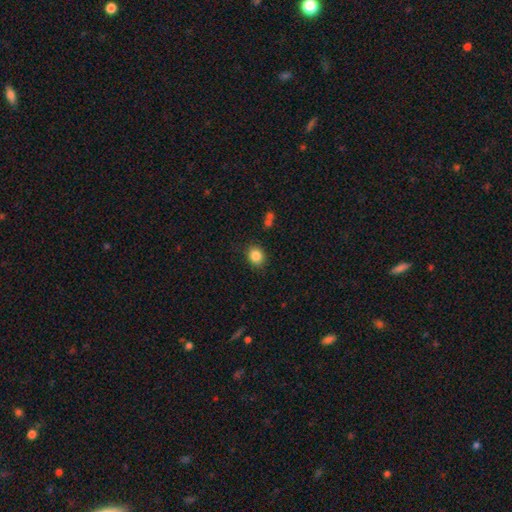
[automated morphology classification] The model was most divided on "how rounded": round: 66%, in between: 33%, cigar-shaped: 1%. More confident: merging — none (86%); smooth or featured — smooth (85%).